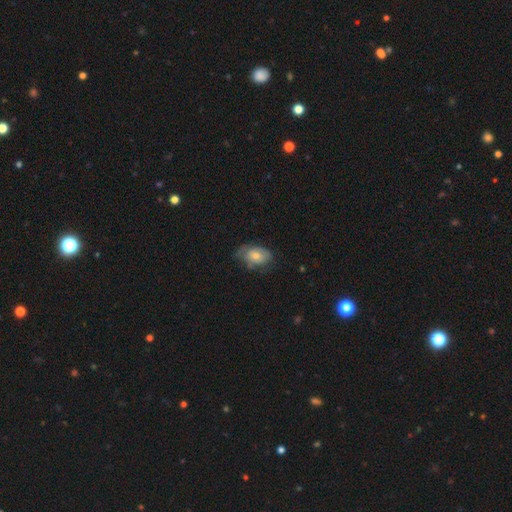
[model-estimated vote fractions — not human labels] The model was most divided on "merging": none: 46%, minor disturbance: 37%, major disturbance: 15%, merger: 2%. More confident: how rounded — in between (86%); smooth or featured — smooth (62%).